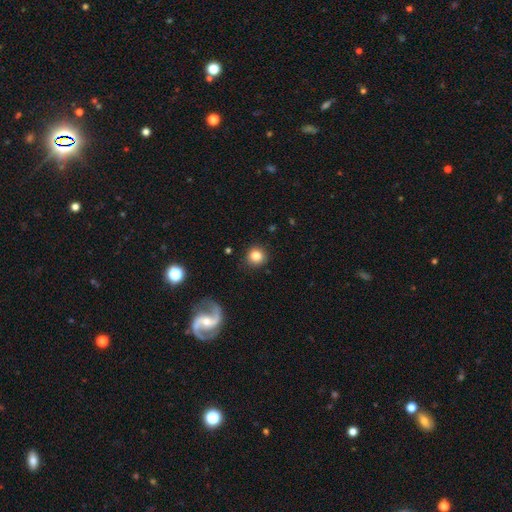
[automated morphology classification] smooth-or-featured: smooth: 82% | star or artifact: 10% | featured or disk: 8%
  how-rounded: round: 91% | in between: 8% | cigar-shaped: 1%
  merging: none: 89% | minor disturbance: 7% | major disturbance: 3% | merger: 1%